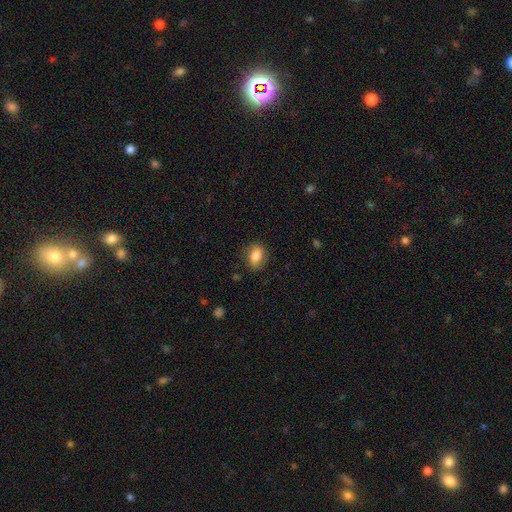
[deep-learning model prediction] Overall: smooth (80%). How rounded: in between (72%). Merging: none (79%).